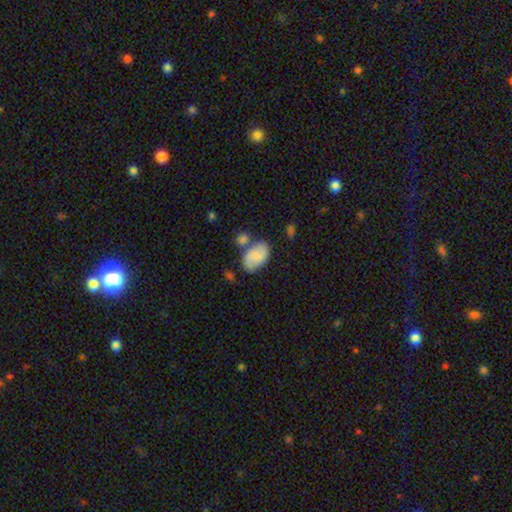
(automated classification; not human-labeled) A smooth galaxy with no disk features (69%) that is in between round and cigar-shaped (90%).

Vote fractions:
- Smooth or featured? smooth: 69% / featured or disk: 24% / star or artifact: 7%
- How rounded? in between: 90% / round: 9% / cigar-shaped: 1%
- Merging? none: 53% / merger: 21% / minor disturbance: 20% / major disturbance: 6%